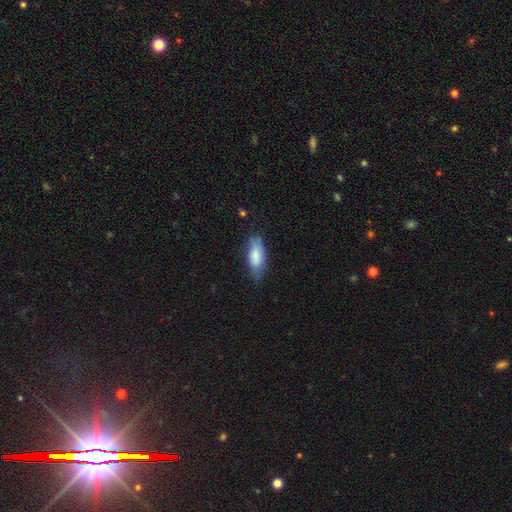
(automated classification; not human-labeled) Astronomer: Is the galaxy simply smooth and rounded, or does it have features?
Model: smooth — 79%.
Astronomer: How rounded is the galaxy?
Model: in between — 75%.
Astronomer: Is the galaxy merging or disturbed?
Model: none — 65%.